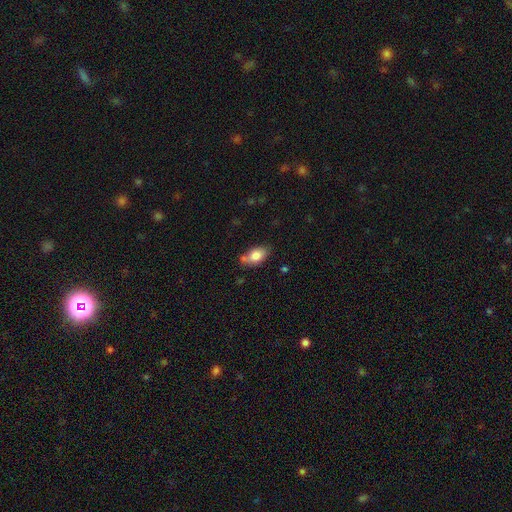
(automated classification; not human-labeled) Smooth or featured: smooth — 81% (featured or disk — 11%)
How rounded: in between — 88% (round — 10%)
Merging: none — 65% (minor disturbance — 19%)